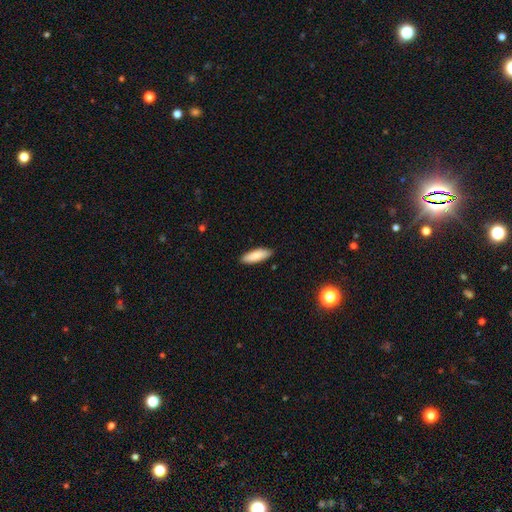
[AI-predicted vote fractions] This appears to be a smooth galaxy with no disk features (84%) that is in between round and cigar-shaped (58%). Merging: none (89%).